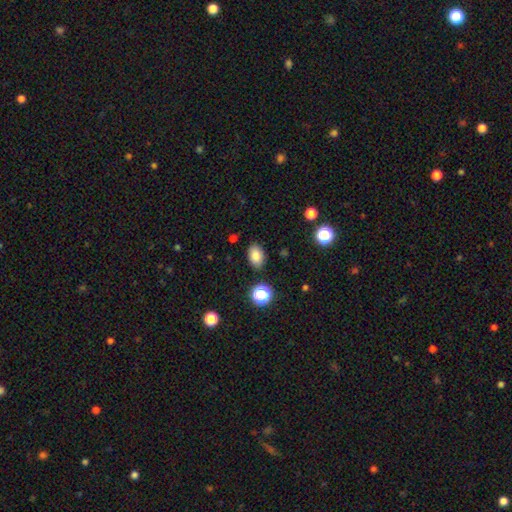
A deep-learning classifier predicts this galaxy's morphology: Smooth or featured? smooth (83%)
How rounded? in between (84%)
Merging? none (86%)